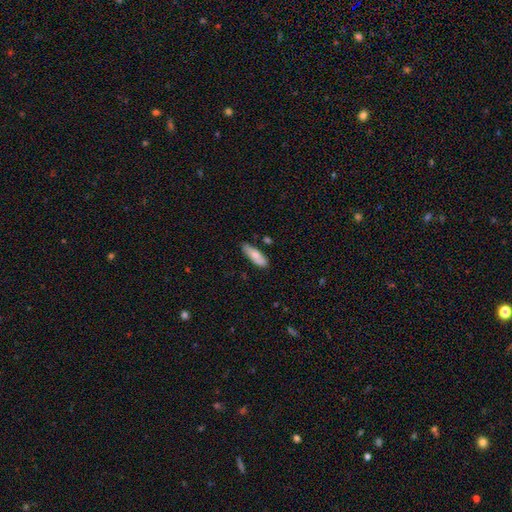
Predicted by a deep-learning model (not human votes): A smooth galaxy with no disk features (74%) that is in between round and cigar-shaped (54%).

Vote fractions:
- Smooth or featured? smooth: 74% / featured or disk: 20% / star or artifact: 6%
- How rounded? in between: 54% / cigar-shaped: 44% / round: 2%
- Merging? none: 81% / minor disturbance: 14% / merger: 3% / major disturbance: 2%